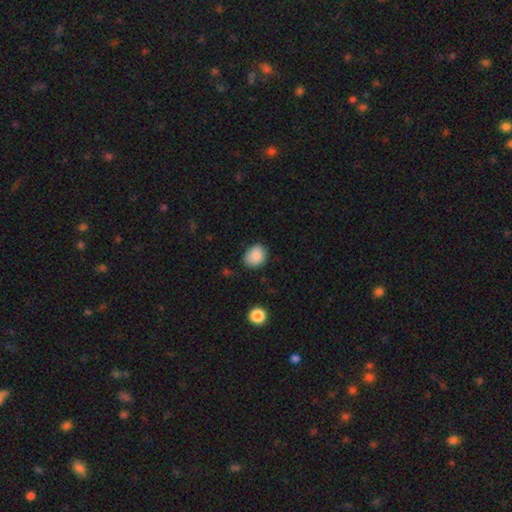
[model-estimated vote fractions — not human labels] smooth 87%, star or artifact 8%, featured or disk 4%. Down the decision tree: how rounded — round (52%); merging — none (77%).